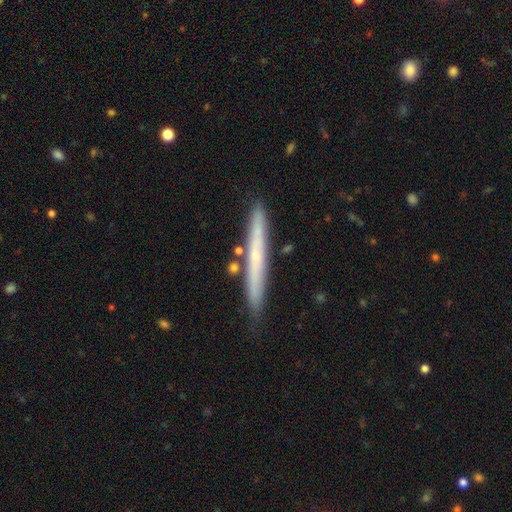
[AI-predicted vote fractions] Smooth or featured: smooth — 49% (featured or disk — 45%)
Merging: none — 82% (minor disturbance — 12%)